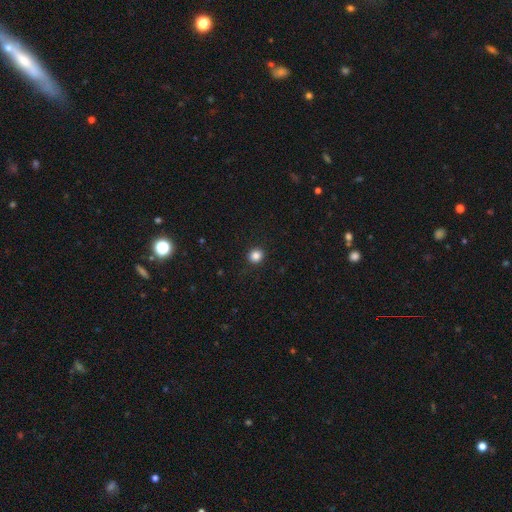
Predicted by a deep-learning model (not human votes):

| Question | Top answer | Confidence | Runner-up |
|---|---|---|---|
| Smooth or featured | smooth | 85% | star or artifact (11%) |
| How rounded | round | 89% | in between (10%) |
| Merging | none | 91% | minor disturbance (6%) |